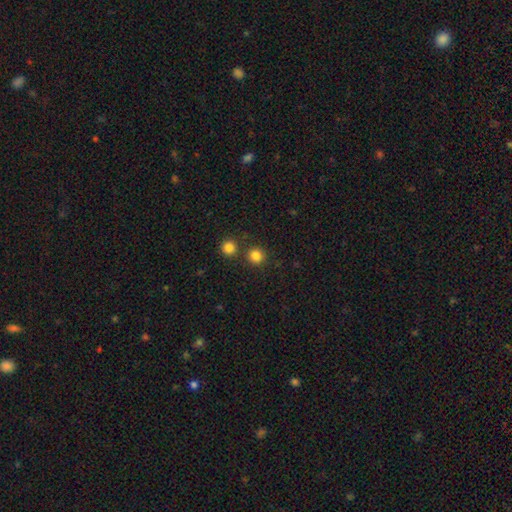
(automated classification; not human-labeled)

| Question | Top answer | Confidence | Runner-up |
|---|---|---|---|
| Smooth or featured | smooth | 83% | star or artifact (13%) |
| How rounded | round | 92% | in between (7%) |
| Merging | none | 81% | merger (11%) |